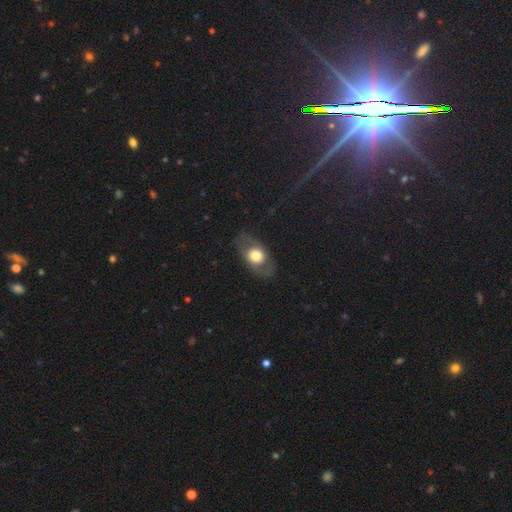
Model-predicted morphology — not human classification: smooth-or-featured: smooth: 52% | featured or disk: 41% | star or artifact: 7%
  how-rounded: in between: 73% | round: 24% | cigar-shaped: 3%
  merging: none: 80% | minor disturbance: 12% | major disturbance: 7% | merger: 1%